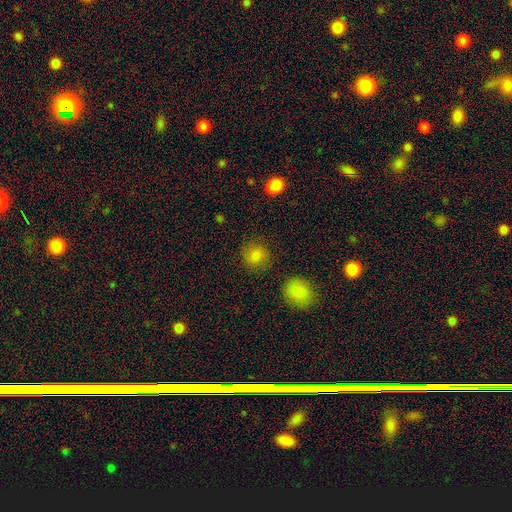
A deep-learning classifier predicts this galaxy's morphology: smooth-or-featured: smooth: 82% | star or artifact: 12% | featured or disk: 6%
  how-rounded: round: 87% | in between: 12% | cigar-shaped: 1%
  merging: none: 83% | minor disturbance: 10% | major disturbance: 4% | merger: 3%